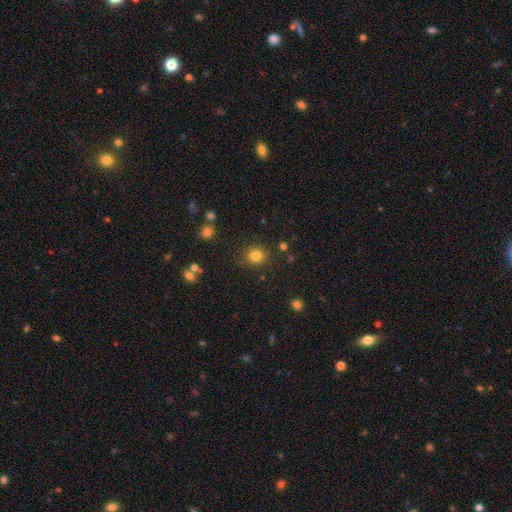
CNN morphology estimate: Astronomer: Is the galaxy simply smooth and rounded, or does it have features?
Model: smooth — 82%.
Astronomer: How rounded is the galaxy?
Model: round — 88%.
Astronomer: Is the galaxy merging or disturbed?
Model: none — 86%.